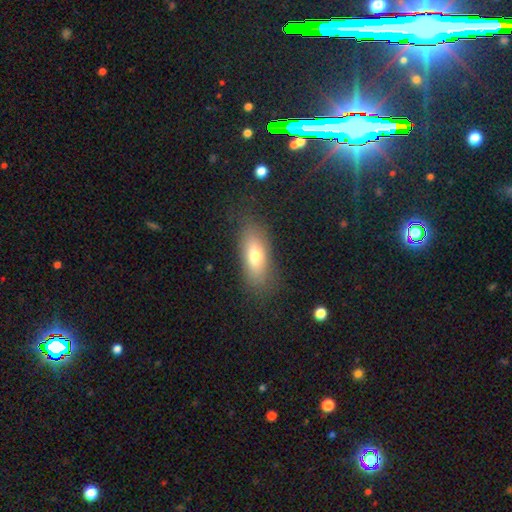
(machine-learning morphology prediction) A smooth galaxy with no disk features (70%) that is in between round and cigar-shaped (76%).

Vote fractions:
- Smooth or featured? smooth: 70% / featured or disk: 22% / star or artifact: 9%
- How rounded? in between: 76% / cigar-shaped: 20% / round: 4%
- Merging? none: 81% / minor disturbance: 13% / major disturbance: 5% / merger: 1%